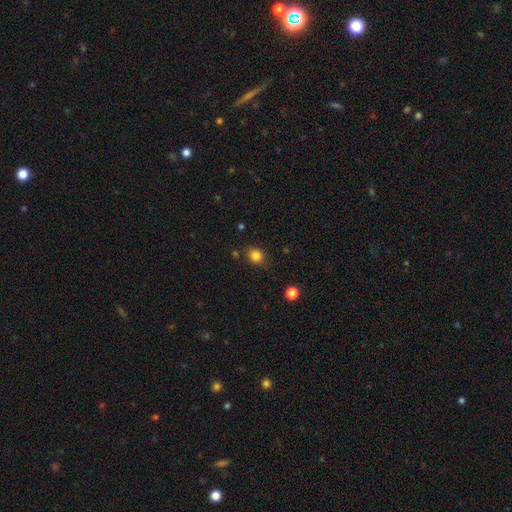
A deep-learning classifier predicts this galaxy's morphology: type=smooth (83%); roundness=round (71%); merging=none (81%).